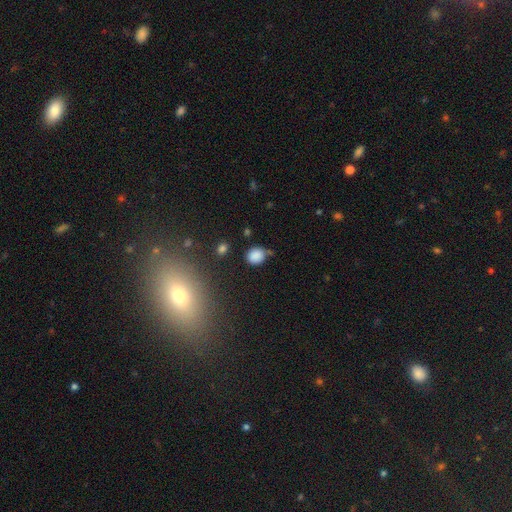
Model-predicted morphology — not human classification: The model was most divided on "merging": none: 68%, minor disturbance: 21%, merger: 6%, major disturbance: 5%. More confident: smooth or featured — smooth (83%); how rounded — round (75%).